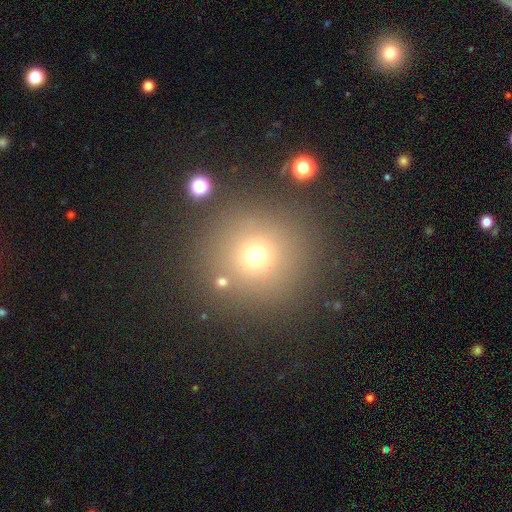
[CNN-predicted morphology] A smooth galaxy with no disk features (67%) that is round (94%).

Vote fractions:
- Smooth or featured? smooth: 67% / star or artifact: 23% / featured or disk: 10%
- How rounded? round: 94% / in between: 5% / cigar-shaped: 1%
- Merging? none: 86% / minor disturbance: 7% / merger: 4% / major disturbance: 4%